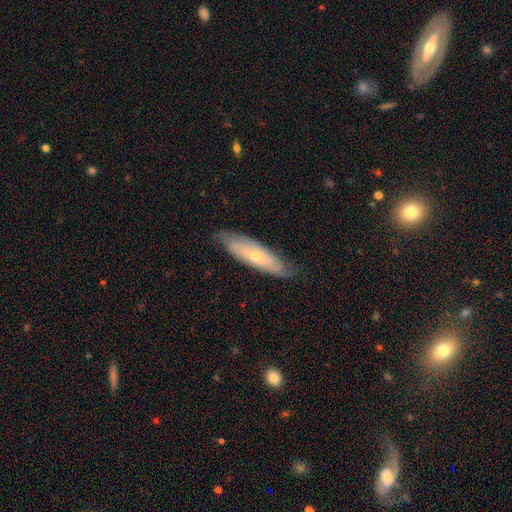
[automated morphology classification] Q: Smooth or featured?
A: featured or disk (55%); runner-up: smooth (39%)
Q: Edge-on disk?
A: no (61%); runner-up: yes (39%)
Q: Merging?
A: none (78%); runner-up: minor disturbance (17%)